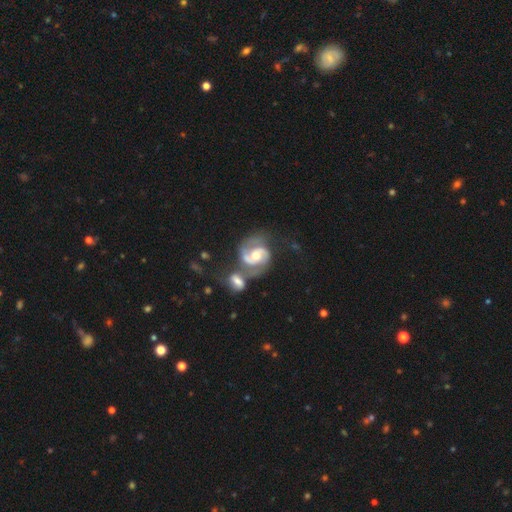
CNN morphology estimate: type=featured or disk (89%); edge-on=no (98%); bar=no (48%); spiral arms=yes (96%); winding=medium (53%); arm count=2 (90%); bulge=moderate (74%); merging=merger (41%).